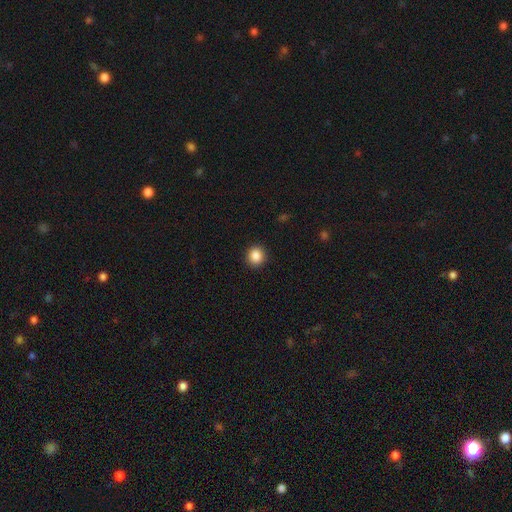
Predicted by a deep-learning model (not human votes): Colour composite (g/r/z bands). It shows a smooth galaxy with no disk features (87%) that is round (87%). Merging: none (91%).